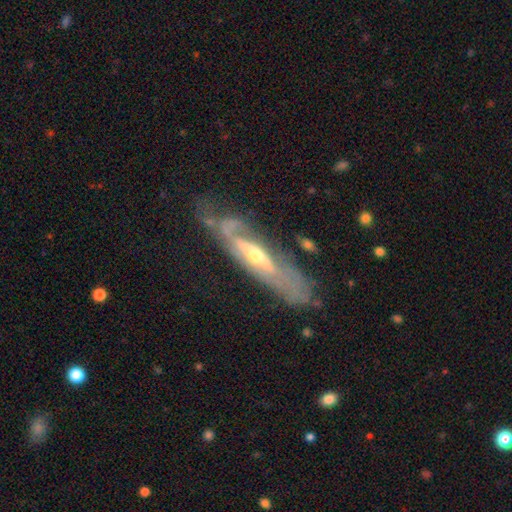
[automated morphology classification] Smooth or featured? Predicted: featured or disk (p=0.81). Edge-on disk? Predicted: no (p=0.64). Bar? Predicted: no (p=0.43). Spiral arms? Predicted: yes (p=0.76). Bulge size? Predicted: moderate (p=0.56). Merging? Predicted: none (p=0.58).